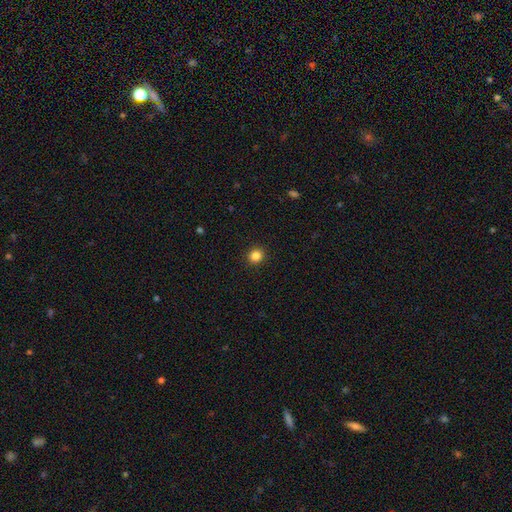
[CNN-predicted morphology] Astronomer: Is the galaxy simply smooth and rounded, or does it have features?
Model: smooth — 85%.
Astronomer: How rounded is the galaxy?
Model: round — 88%.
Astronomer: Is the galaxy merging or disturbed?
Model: none — 92%.